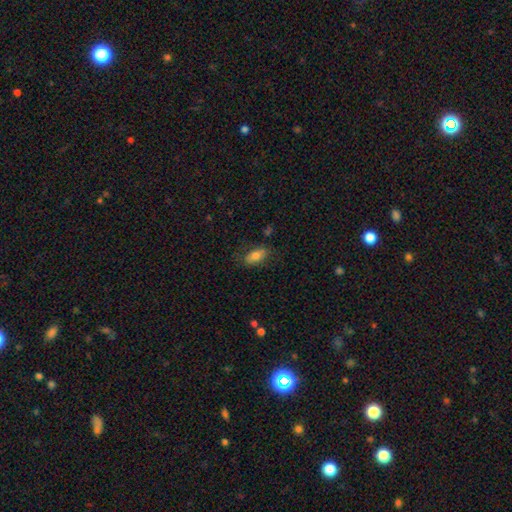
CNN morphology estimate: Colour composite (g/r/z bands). It shows a smooth galaxy with no disk features (77%) that is in between round and cigar-shaped (89%). Merging: none (77%).